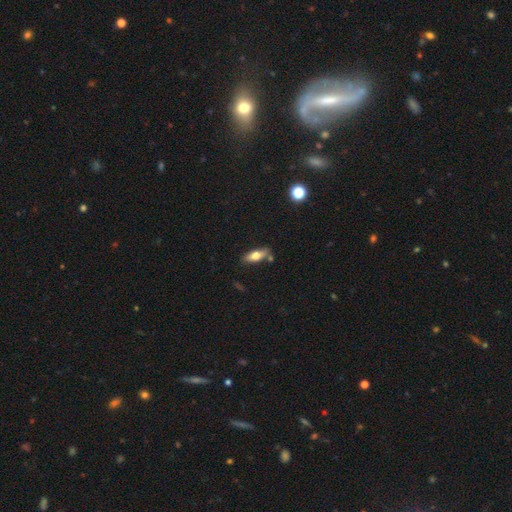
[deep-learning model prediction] Smooth or featured? smooth (62%)
How rounded? in between (65%)
Merging? none (75%)